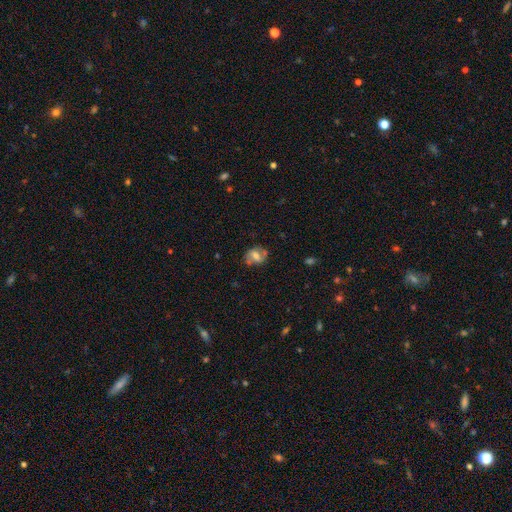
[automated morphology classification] Smooth or featured: featured or disk — 55% (smooth — 37%)
Edge-on disk: no — 96% (yes — 4%)
Bar: weak — 43% (no — 30%)
Spiral arms: yes — 74% (no — 26%)
Bulge size: moderate — 48% (small — 23%)
Merging: none — 69% (minor disturbance — 20%)